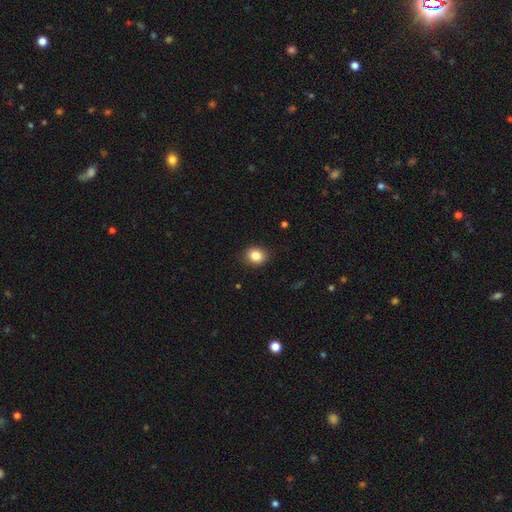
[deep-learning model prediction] Smooth or featured?
  - smooth: 85% *
  - star or artifact: 10%
  - featured or disk: 5%
How rounded?
  - round: 62% *
  - in between: 37%
  - cigar-shaped: 1%
Merging?
  - none: 88% *
  - minor disturbance: 9%
  - major disturbance: 2%
  - merger: 1%